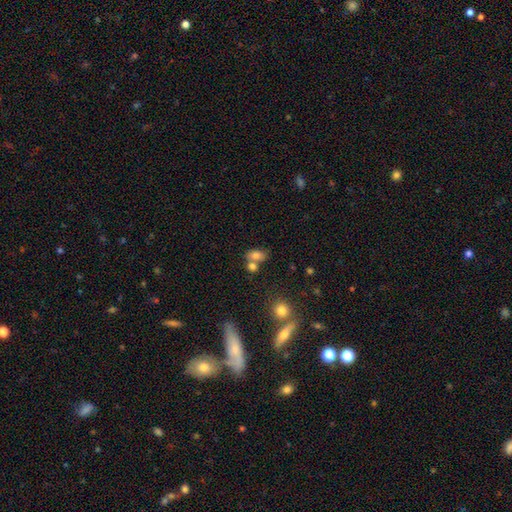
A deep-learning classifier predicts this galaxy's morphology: smooth_or_featured: smooth (p=0.78) [alt: star or artifact p=0.12]
how_rounded: in between (p=0.81) [alt: round p=0.16]
merging: none (p=0.45) [alt: merger p=0.38]